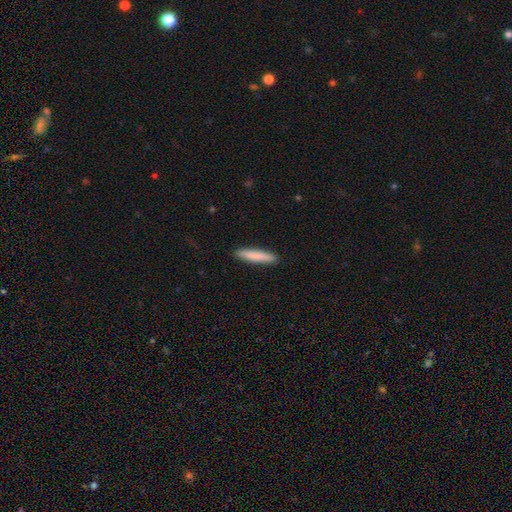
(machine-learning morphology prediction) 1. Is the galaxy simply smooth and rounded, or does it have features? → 82% smooth, 13% featured or disk, 5% star or artifact.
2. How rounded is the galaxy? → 92% cigar-shaped, 6% in between, 1% round.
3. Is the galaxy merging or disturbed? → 91% none, 7% minor disturbance, 1% major disturbance, 1% merger.